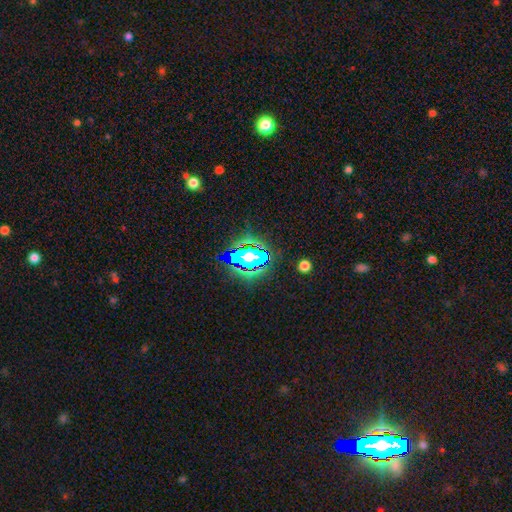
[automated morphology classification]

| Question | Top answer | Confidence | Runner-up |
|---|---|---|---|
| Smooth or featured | star or artifact | 73% | smooth (16%) |